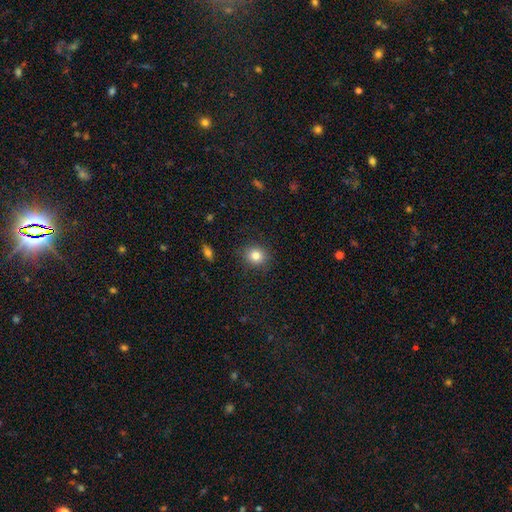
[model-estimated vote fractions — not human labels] Q: Smooth or featured?
A: smooth (82%); runner-up: star or artifact (11%)
Q: How rounded?
A: round (76%); runner-up: in between (23%)
Q: Merging?
A: none (87%); runner-up: minor disturbance (9%)